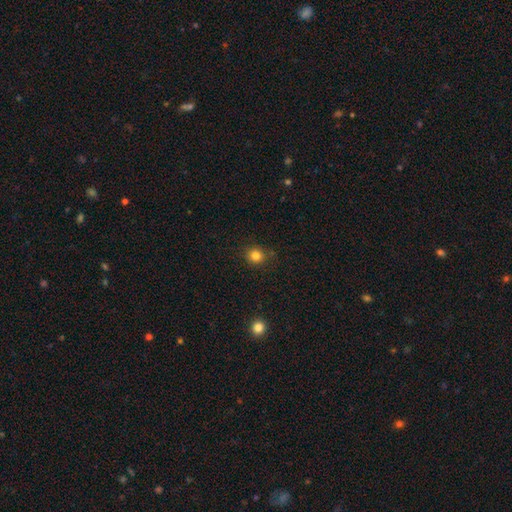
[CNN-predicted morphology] type=smooth (82%); roundness=round (87%); merging=none (85%).